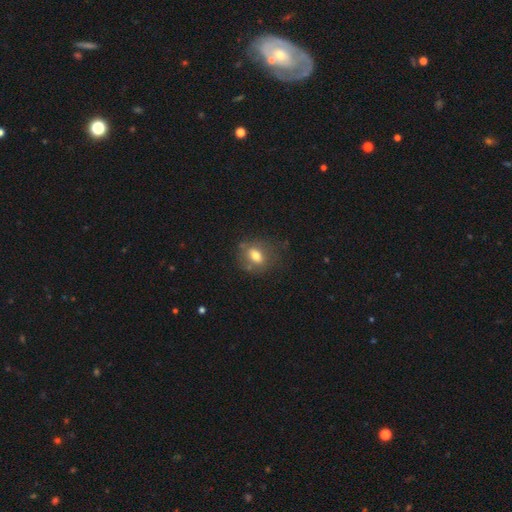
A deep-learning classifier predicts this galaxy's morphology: Smooth or featured: smooth — 69% (featured or disk — 21%)
How rounded: in between — 57% (round — 40%)
Merging: none — 68% (minor disturbance — 20%)